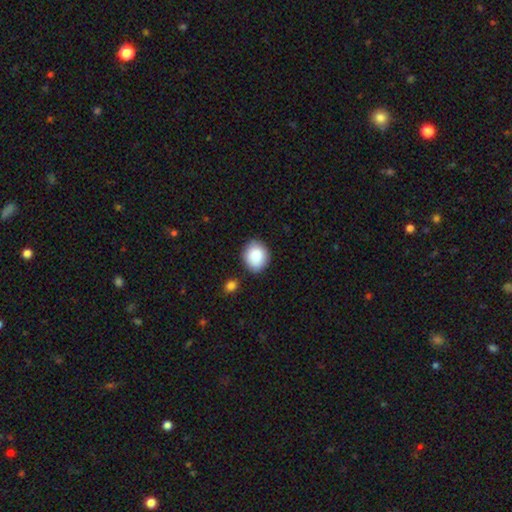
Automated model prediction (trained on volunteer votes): smooth-or-featured: smooth: 87% | star or artifact: 7% | featured or disk: 6%
  how-rounded: round: 63% | in between: 36% | cigar-shaped: 1%
  merging: none: 81% | minor disturbance: 13% | merger: 4% | major disturbance: 3%